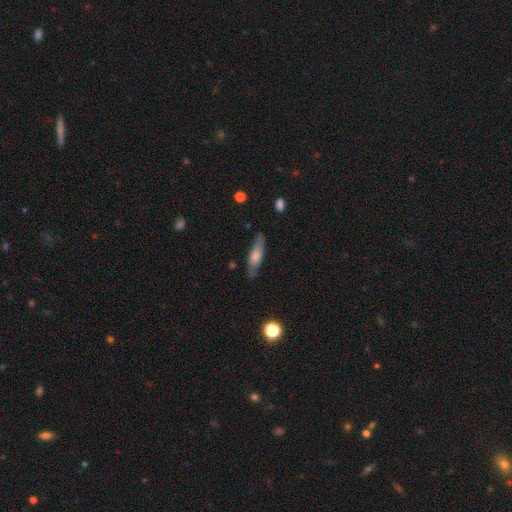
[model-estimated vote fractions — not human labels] The model was most divided on "smooth or featured": smooth: 57%, featured or disk: 37%, star or artifact: 7%. More confident: merging — none (75%); how rounded — cigar-shaped (61%).